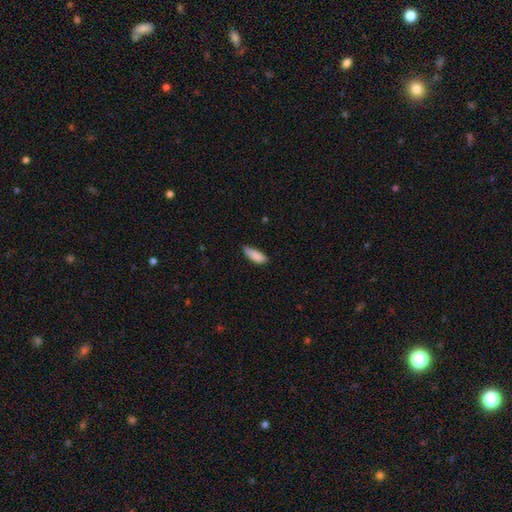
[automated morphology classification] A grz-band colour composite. It shows a smooth galaxy with no disk features (87%) that is in between round and cigar-shaped (66%). Merging: none (63%).